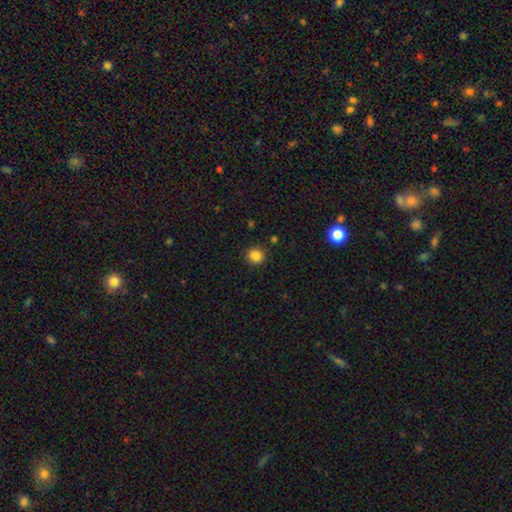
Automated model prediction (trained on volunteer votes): smooth-or-featured: smooth: 85% | star or artifact: 11% | featured or disk: 4%
  how-rounded: round: 88% | in between: 11% | cigar-shaped: 1%
  merging: none: 88% | minor disturbance: 8% | major disturbance: 2% | merger: 2%